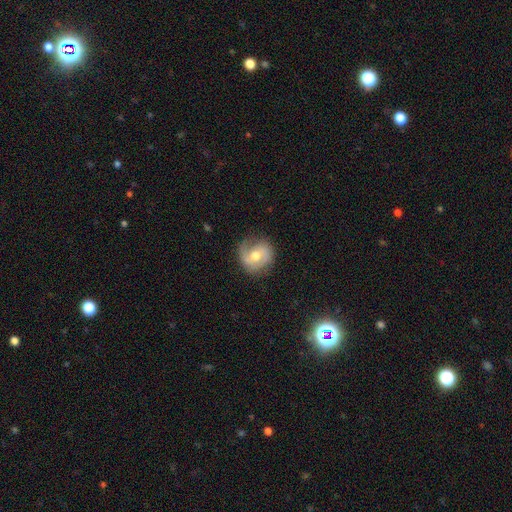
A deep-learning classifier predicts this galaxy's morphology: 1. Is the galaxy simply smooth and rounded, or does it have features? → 65% featured or disk, 27% smooth, 7% star or artifact.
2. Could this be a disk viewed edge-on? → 97% no, 3% yes.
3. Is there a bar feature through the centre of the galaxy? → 54% no, 36% weak, 9% strong.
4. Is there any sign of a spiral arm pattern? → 88% yes, 12% no.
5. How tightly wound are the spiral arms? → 43% medium, 31% tight, 26% loose.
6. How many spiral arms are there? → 66% 2, 17% 1, 10% can't tell, 4% 3, 1% 4, 1% more than 4.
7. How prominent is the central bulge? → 73% moderate, 19% small, 6% large, 1% none, 1% dominant.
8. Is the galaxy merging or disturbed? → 71% none, 20% minor disturbance, 8% major disturbance, 1% merger.